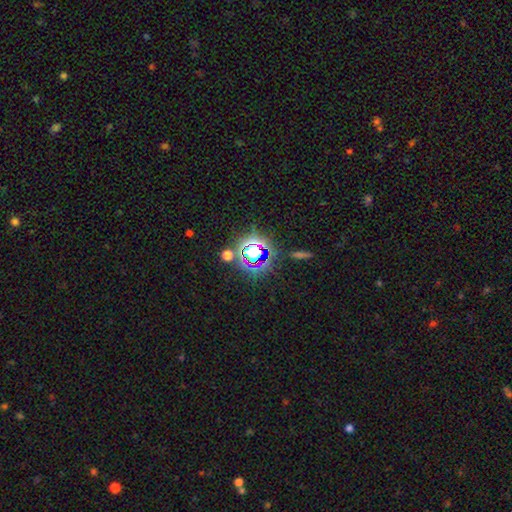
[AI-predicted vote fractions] smooth-or-featured: star or artifact: 68% | smooth: 21% | featured or disk: 12%